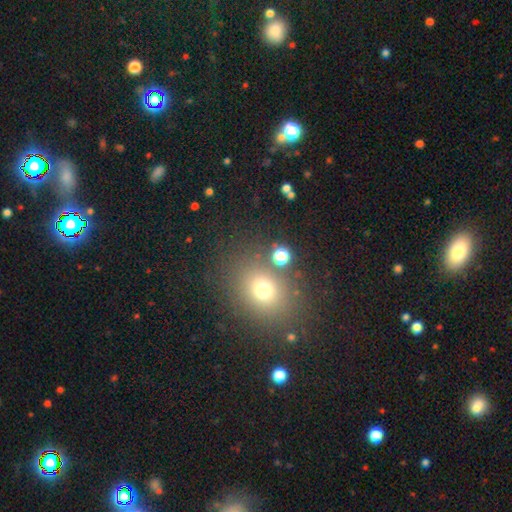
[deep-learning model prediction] Smooth or featured?
  - smooth: 62% *
  - star or artifact: 28%
  - featured or disk: 10%
How rounded?
  - round: 57% *
  - in between: 42%
  - cigar-shaped: 1%
Merging?
  - none: 82% *
  - minor disturbance: 8%
  - merger: 6%
  - major disturbance: 3%